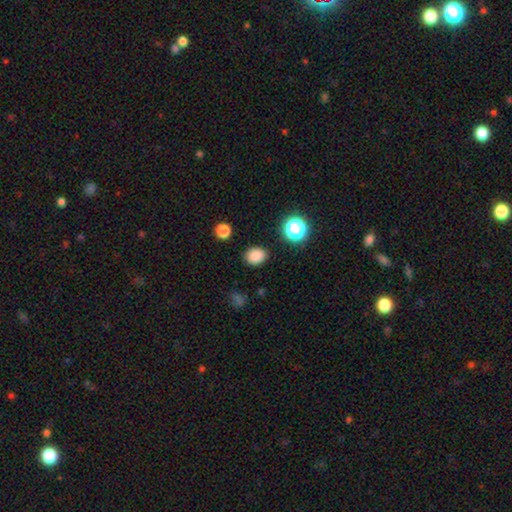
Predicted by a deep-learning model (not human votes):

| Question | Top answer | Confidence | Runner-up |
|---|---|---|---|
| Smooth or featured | smooth | 84% | star or artifact (12%) |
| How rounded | round | 55% | in between (44%) |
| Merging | none | 86% | minor disturbance (9%) |